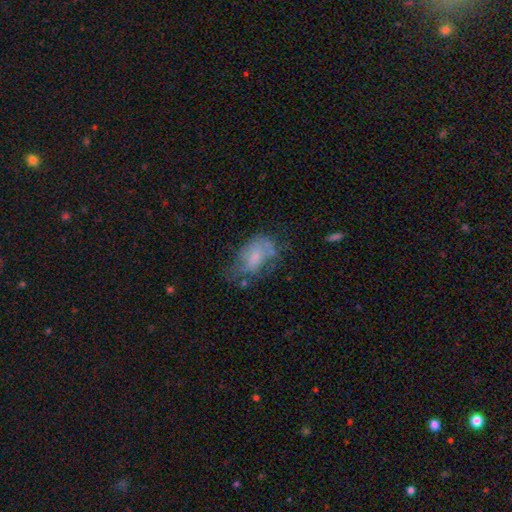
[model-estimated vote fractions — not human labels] Overall: smooth (49%; featured or disk 42%). Merging: none (36%; minor disturbance 30%).